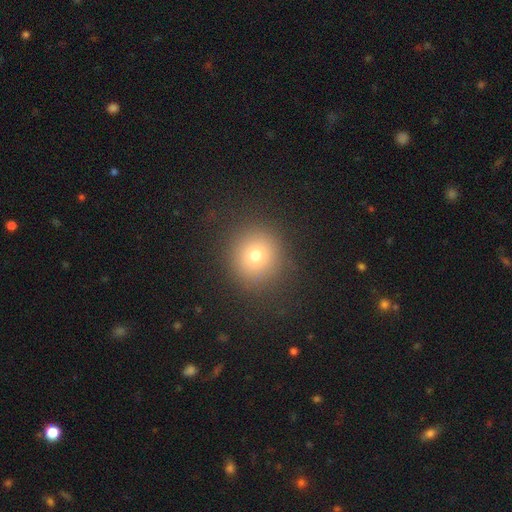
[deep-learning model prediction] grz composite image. It shows a smooth galaxy with no disk features (72%) that is round (92%). Merging: none (88%).